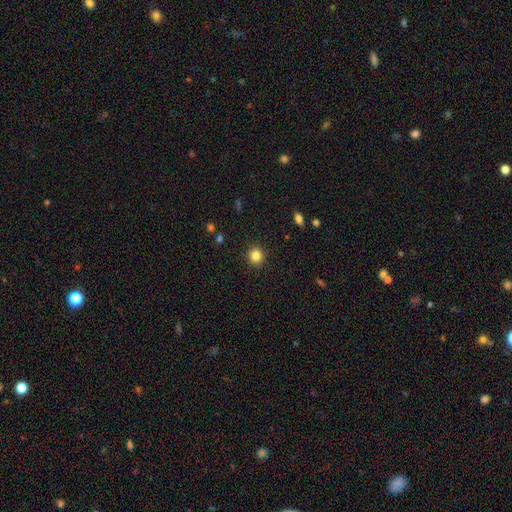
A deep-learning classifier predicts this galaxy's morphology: A smooth galaxy with no disk features (84%) that is round (89%).

Vote fractions:
- Smooth or featured? smooth: 84% / star or artifact: 11% / featured or disk: 5%
- How rounded? round: 89% / in between: 10% / cigar-shaped: 1%
- Merging? none: 91% / minor disturbance: 6% / major disturbance: 2% / merger: 1%